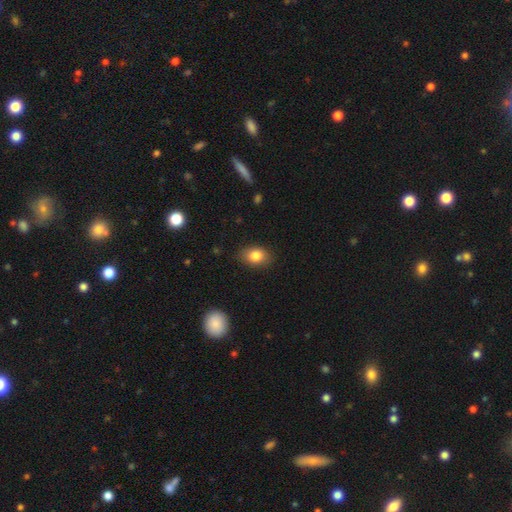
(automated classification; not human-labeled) This is clearly a smooth galaxy (83%). How rounded: likely in between (77%). Merging: clearly none (84%).